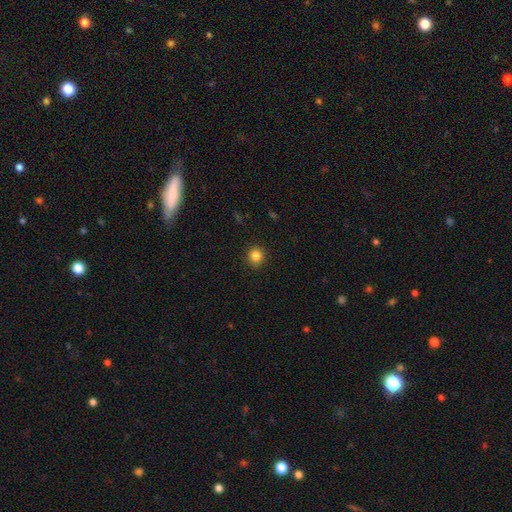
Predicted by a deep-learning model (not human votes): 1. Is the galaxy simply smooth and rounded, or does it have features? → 83% smooth, 12% star or artifact, 5% featured or disk.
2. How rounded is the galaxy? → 91% round, 8% in between, 1% cigar-shaped.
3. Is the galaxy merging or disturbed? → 91% none, 6% minor disturbance, 2% major disturbance, 1% merger.